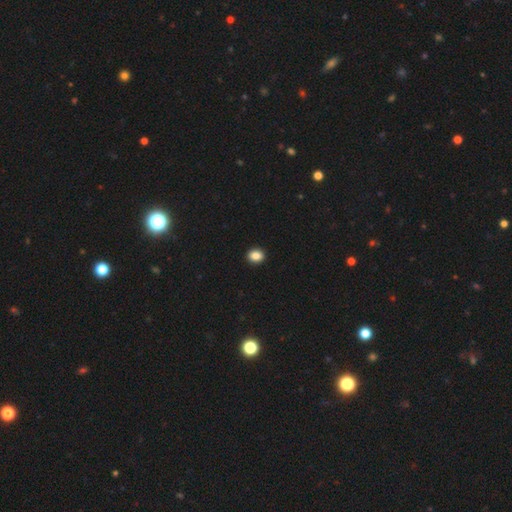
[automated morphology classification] Smooth or featured: smooth — 87% (star or artifact — 9%)
How rounded: round — 57% (in between — 42%)
Merging: none — 93% (minor disturbance — 5%)